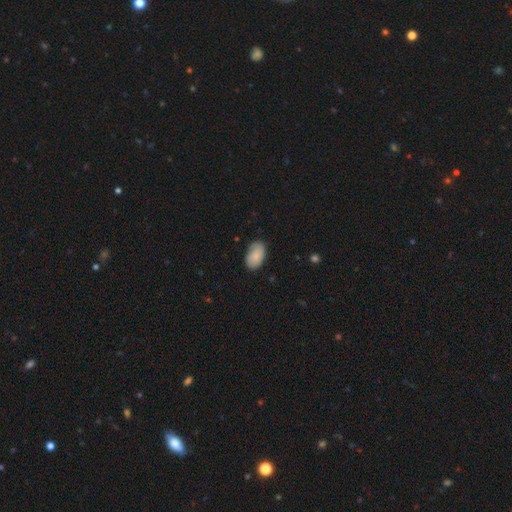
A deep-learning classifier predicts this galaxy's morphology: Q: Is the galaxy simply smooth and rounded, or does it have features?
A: smooth — 85%.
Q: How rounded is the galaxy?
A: in between — 93%.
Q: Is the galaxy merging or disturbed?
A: none — 80%.